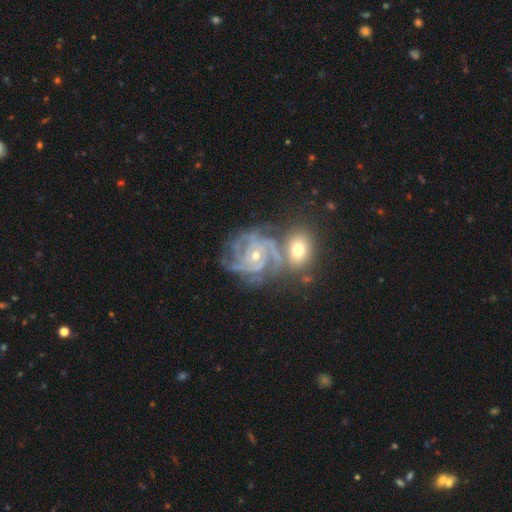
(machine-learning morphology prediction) This is clearly a featured or disk galaxy (88%). It is clearly not viewed edge-on (97%). Bar: likely no (67%). Spiral arm pattern: clearly yes (98%). Spiral arm count: marginally 3 (34%). Spiral winding: likely tight (71%). Central bulge: likely small (62%). Merging: possibly none (54%).